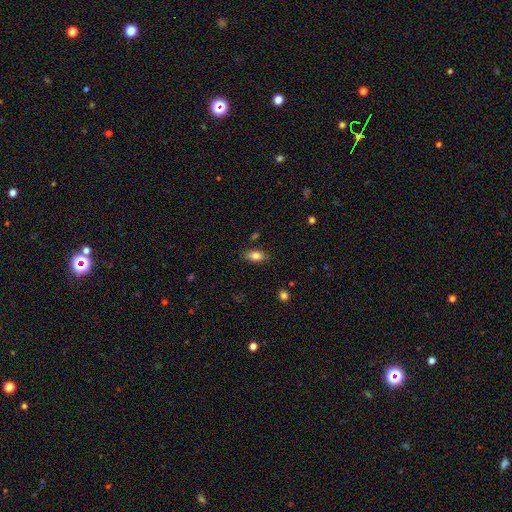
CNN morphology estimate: smooth 83%, featured or disk 9%, star or artifact 8%. Down the decision tree: how rounded — in between (89%); merging — none (84%).